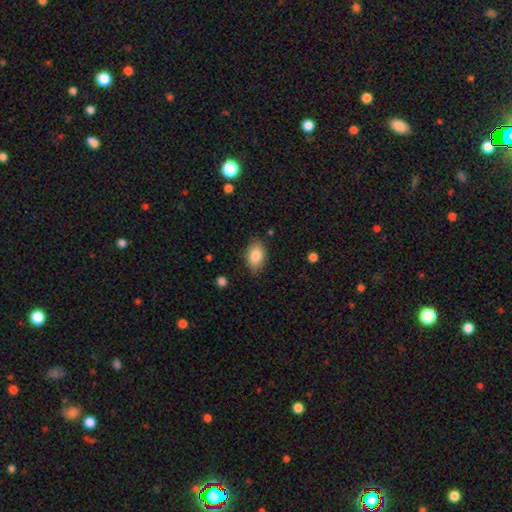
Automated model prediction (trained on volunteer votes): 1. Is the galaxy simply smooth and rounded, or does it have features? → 83% smooth, 9% featured or disk, 7% star or artifact.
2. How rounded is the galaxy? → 90% in between, 8% round, 2% cigar-shaped.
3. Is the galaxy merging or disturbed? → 83% none, 13% minor disturbance, 3% major disturbance, 1% merger.